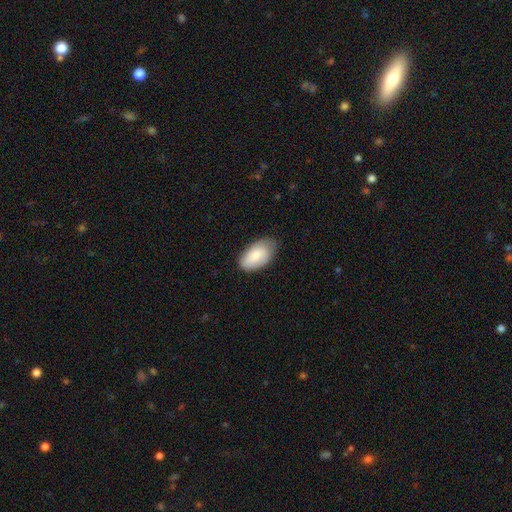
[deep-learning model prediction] Smooth or featured?
  - smooth: 84% *
  - featured or disk: 10%
  - star or artifact: 6%
How rounded?
  - in between: 95% *
  - round: 3%
  - cigar-shaped: 2%
Merging?
  - none: 73% *
  - minor disturbance: 22%
  - major disturbance: 4%
  - merger: 1%